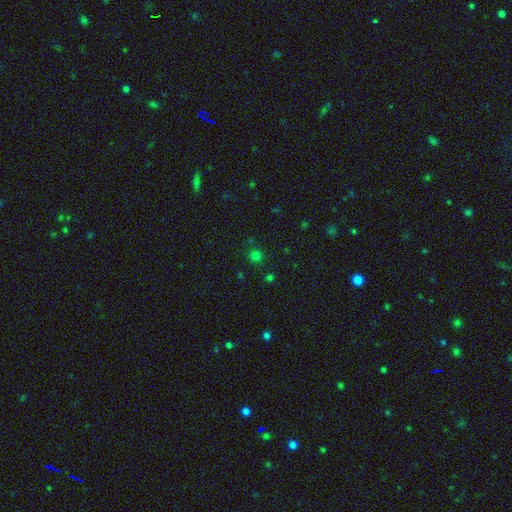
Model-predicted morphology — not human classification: Q: Smooth or featured?
A: smooth (73%); runner-up: star or artifact (23%)
Q: How rounded?
A: round (91%); runner-up: in between (8%)
Q: Merging?
A: none (86%); runner-up: minor disturbance (8%)